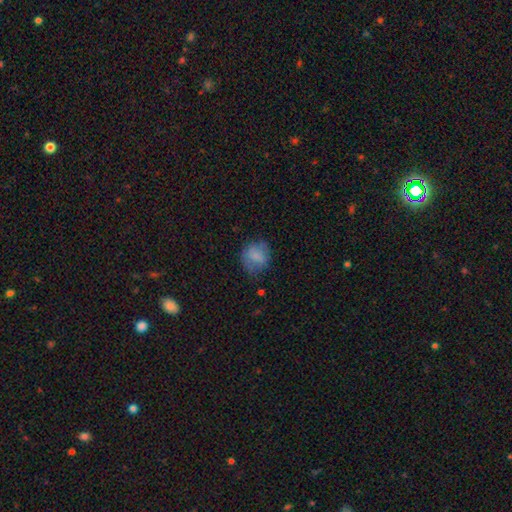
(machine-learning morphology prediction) This is likely a smooth galaxy (76%). How rounded: likely round (70%). Merging: likely none (64%).